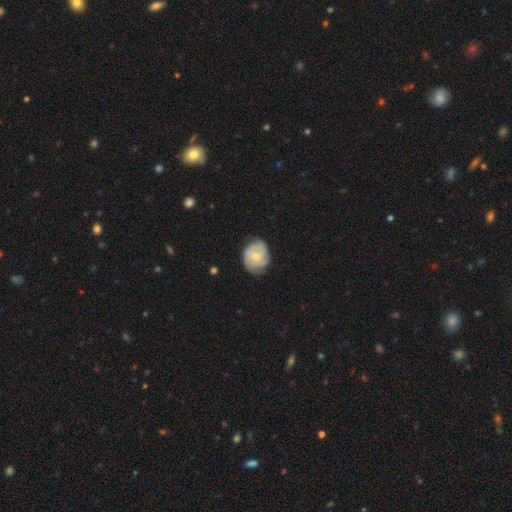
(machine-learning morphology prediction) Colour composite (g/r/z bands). It shows a featured or disk galaxy (65%) with no bar (67%), tight (59%) spiral arms (90%) and a small central bulge (52%). Merging: none (69%).